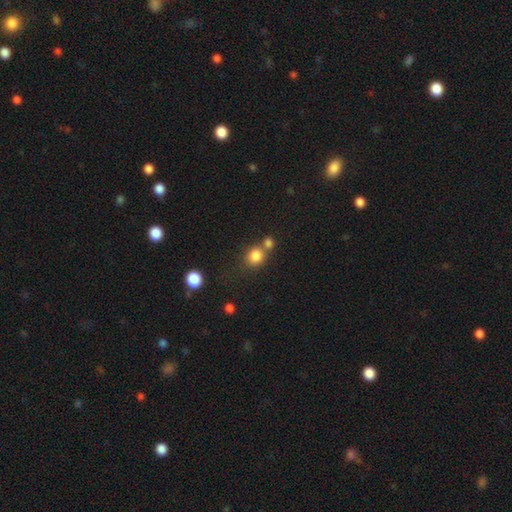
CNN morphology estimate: smooth-or-featured: smooth: 82% | star or artifact: 11% | featured or disk: 6%
  how-rounded: round: 76% | in between: 23% | cigar-shaped: 1%
  merging: none: 50% | merger: 36% | minor disturbance: 10% | major disturbance: 4%